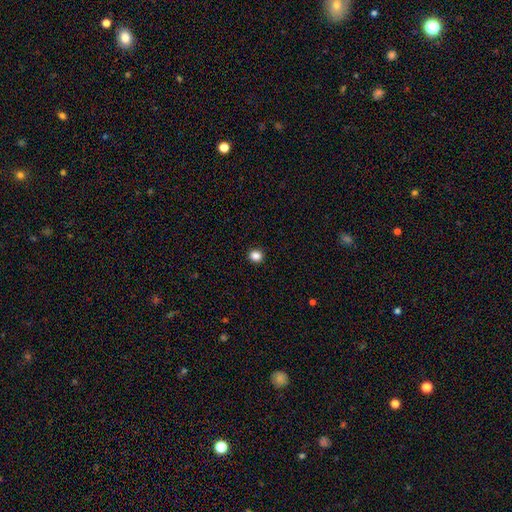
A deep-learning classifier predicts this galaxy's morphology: Q: Smooth or featured?
A: smooth (85%); runner-up: star or artifact (11%)
Q: How rounded?
A: round (86%); runner-up: in between (13%)
Q: Merging?
A: none (93%); runner-up: minor disturbance (4%)